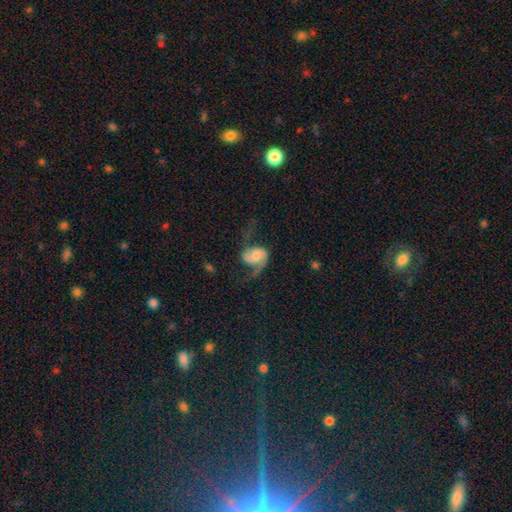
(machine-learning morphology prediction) A featured or disk galaxy (80%) with no bar (51%), 2 (88%) loose (64%) spiral arms (95%) and a moderate central bulge (47%). Merging: none (53%).